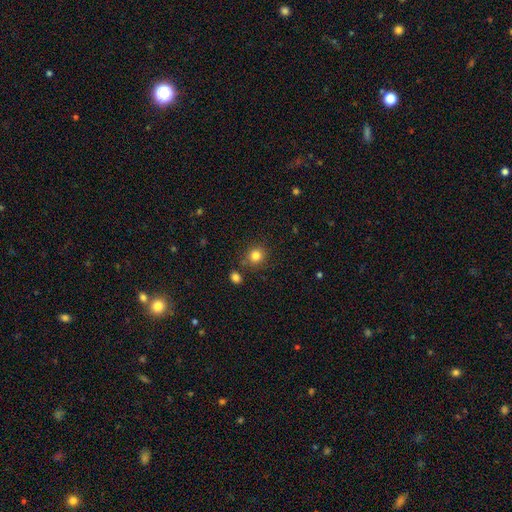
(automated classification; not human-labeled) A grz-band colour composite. It shows a smooth galaxy with no disk features (83%) that is round (86%). Merging: none (80%).